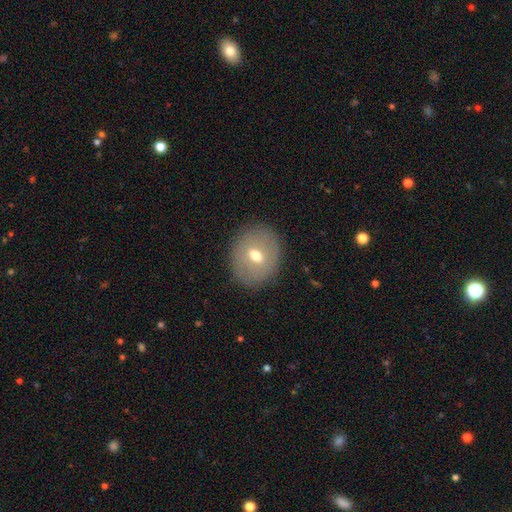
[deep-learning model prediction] Smooth or featured?
  - smooth: 57% *
  - featured or disk: 34%
  - star or artifact: 9%
How rounded?
  - round: 62% *
  - in between: 37%
  - cigar-shaped: 1%
Merging?
  - none: 84% *
  - minor disturbance: 10%
  - major disturbance: 4%
  - merger: 1%